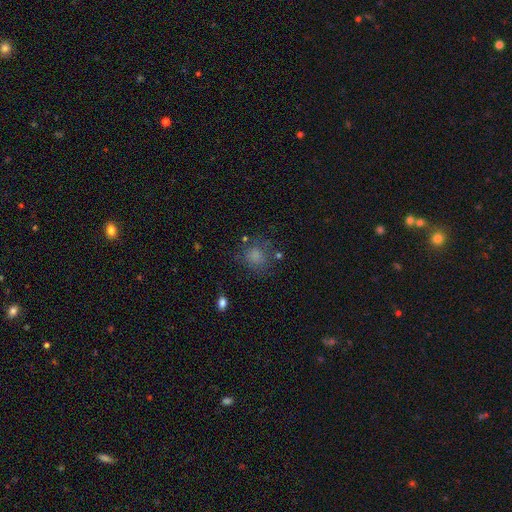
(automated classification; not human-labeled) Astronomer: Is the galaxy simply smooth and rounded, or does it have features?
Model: smooth — 78%.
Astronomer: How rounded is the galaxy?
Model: round — 78%.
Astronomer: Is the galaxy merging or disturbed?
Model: none — 67%.